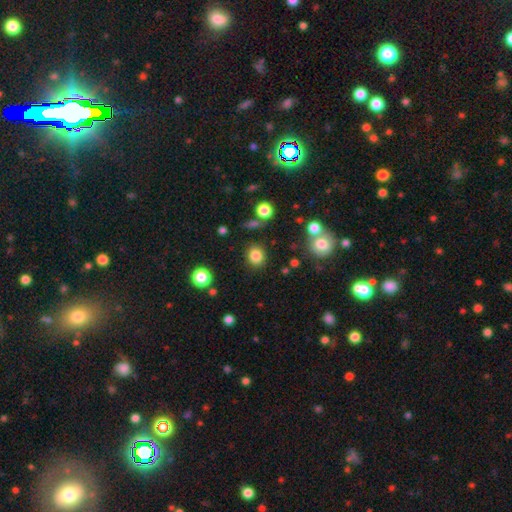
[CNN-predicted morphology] A smooth galaxy with no disk features (84%) that is round (76%).

Vote fractions:
- Smooth or featured? smooth: 84% / star or artifact: 11% / featured or disk: 5%
- How rounded? round: 76% / in between: 23% / cigar-shaped: 1%
- Merging? none: 85% / minor disturbance: 9% / merger: 4% / major disturbance: 3%